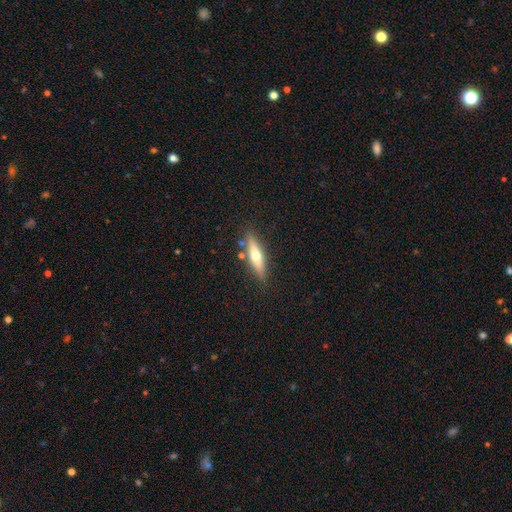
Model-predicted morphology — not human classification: This appears to be a smooth galaxy with no disk features (47%). Merging: none (83%).